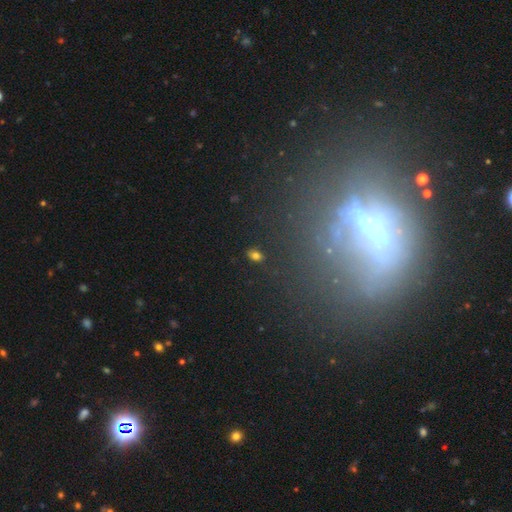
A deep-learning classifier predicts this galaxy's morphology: smooth_or_featured: smooth (p=0.76) [alt: star or artifact p=0.17]
how_rounded: in between (p=0.86) [alt: round p=0.11]
merging: none (p=0.86) [alt: minor disturbance p=0.09]